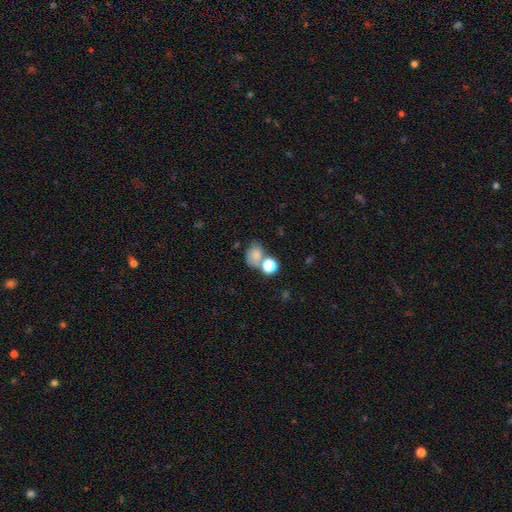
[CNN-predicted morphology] type=smooth (73%); roundness=in between (54%); merging=none (41%).